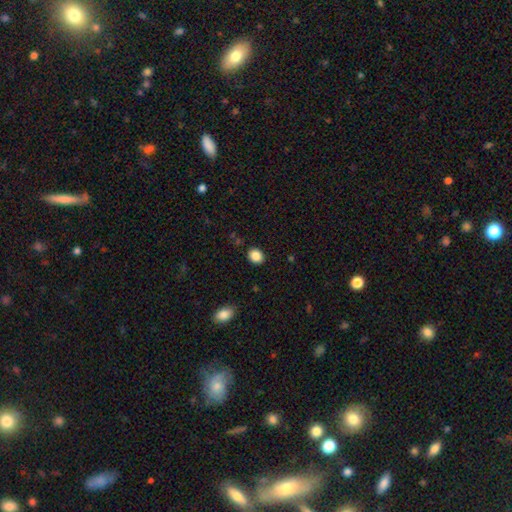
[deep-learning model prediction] Overall: smooth (87%). How rounded: round (53%; in between 46%). Merging: none (89%).